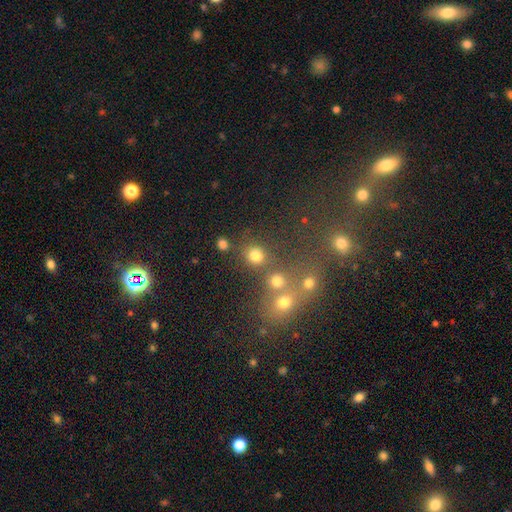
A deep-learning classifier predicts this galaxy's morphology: Q: Smooth or featured?
A: smooth (77%); runner-up: star or artifact (17%)
Q: How rounded?
A: round (88%); runner-up: in between (11%)
Q: Merging?
A: none (72%); runner-up: merger (15%)